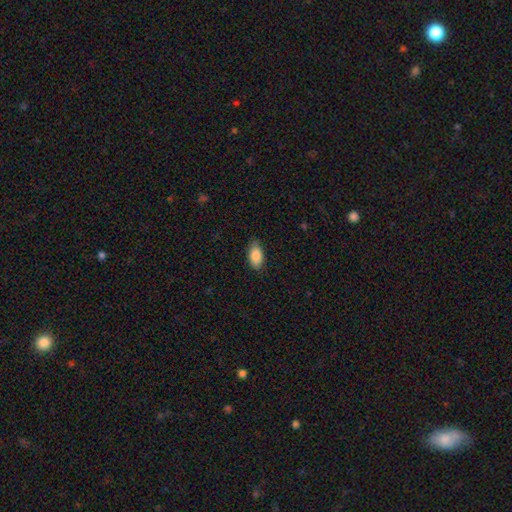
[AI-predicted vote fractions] Smooth or featured: smooth — 88% (star or artifact — 6%)
How rounded: in between — 93% (cigar-shaped — 4%)
Merging: none — 82% (minor disturbance — 15%)